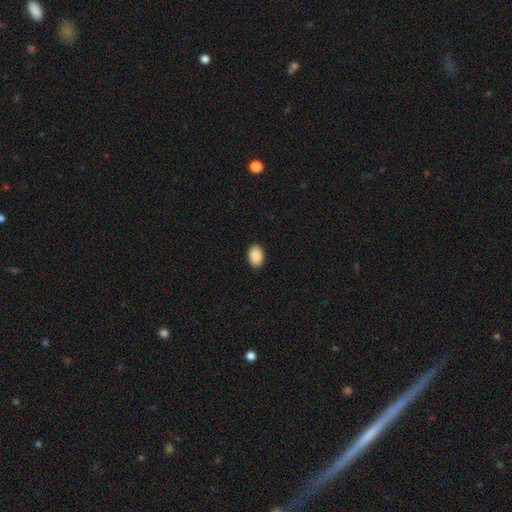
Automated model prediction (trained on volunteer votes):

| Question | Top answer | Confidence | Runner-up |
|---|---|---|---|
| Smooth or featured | smooth | 90% | star or artifact (7%) |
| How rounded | in between | 86% | round (13%) |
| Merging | none | 91% | minor disturbance (7%) |